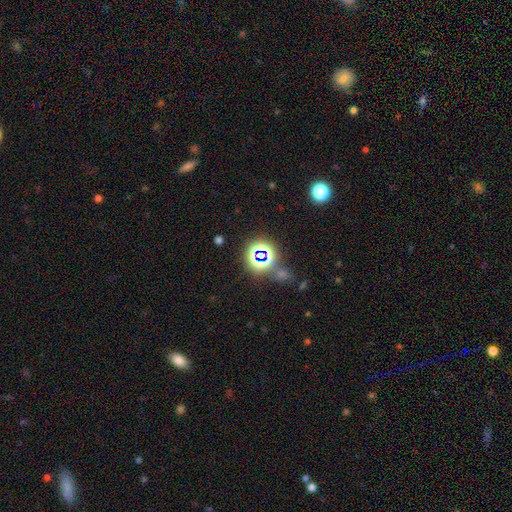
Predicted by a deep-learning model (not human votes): Smooth or featured: star or artifact — 76% (smooth — 15%)